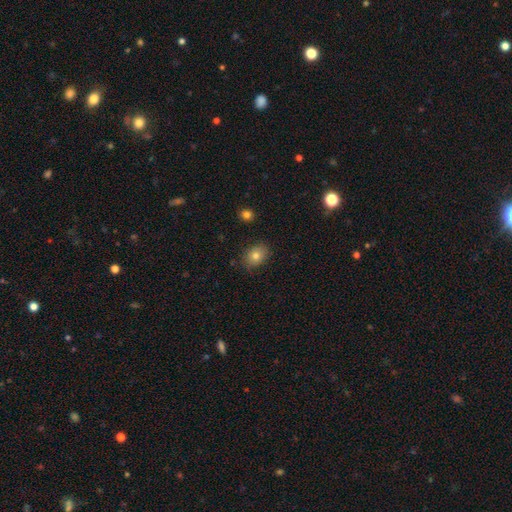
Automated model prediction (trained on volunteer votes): This appears to be a smooth galaxy with no disk features (79%) that is in between round and cigar-shaped (60%). Merging: none (83%).